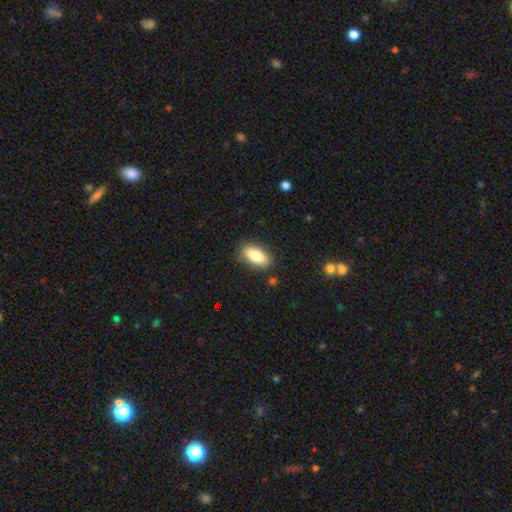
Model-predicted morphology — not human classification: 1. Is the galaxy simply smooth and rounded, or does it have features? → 85% smooth, 8% featured or disk, 7% star or artifact.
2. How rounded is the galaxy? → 89% in between, 8% cigar-shaped, 3% round.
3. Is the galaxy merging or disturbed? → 84% none, 12% minor disturbance, 3% major disturbance, 2% merger.